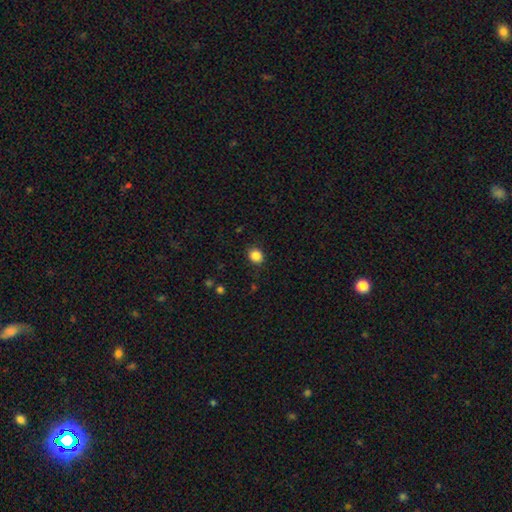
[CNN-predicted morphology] Q: Smooth or featured?
A: smooth (86%); runner-up: star or artifact (10%)
Q: How rounded?
A: round (68%); runner-up: in between (31%)
Q: Merging?
A: none (88%); runner-up: minor disturbance (8%)